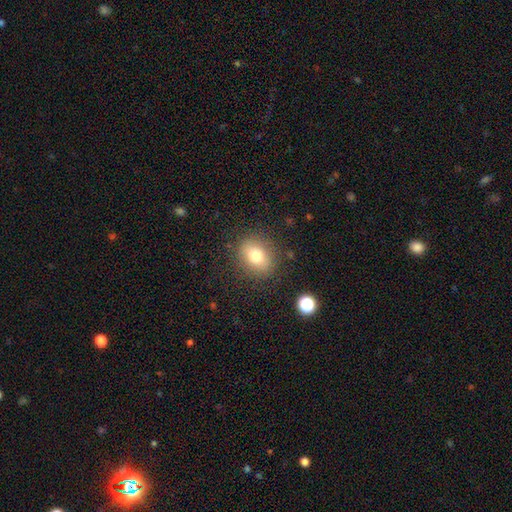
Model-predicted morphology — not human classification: type=smooth (78%); roundness=round (52%); merging=none (83%).